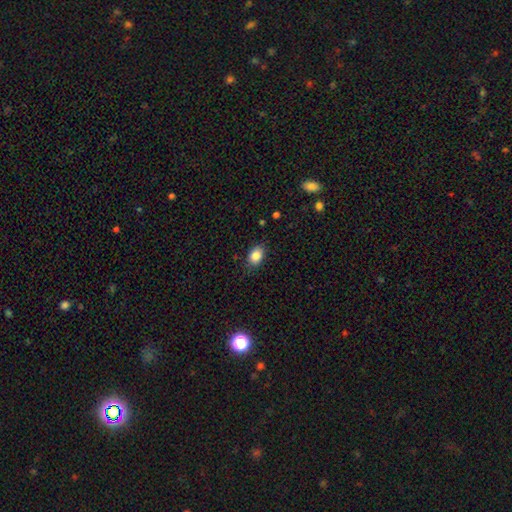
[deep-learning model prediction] smooth 85%, star or artifact 9%, featured or disk 6%. Down the decision tree: how rounded — in between (75%); merging — none (82%).